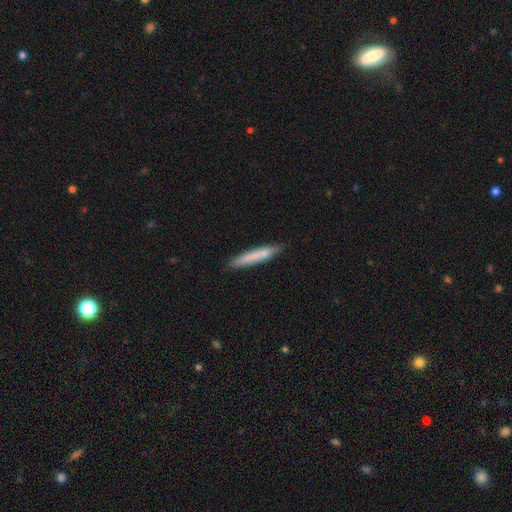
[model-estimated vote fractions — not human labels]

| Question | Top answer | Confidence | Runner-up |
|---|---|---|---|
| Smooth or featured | smooth | 74% | featured or disk (20%) |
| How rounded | cigar-shaped | 94% | in between (4%) |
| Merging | none | 86% | minor disturbance (11%) |